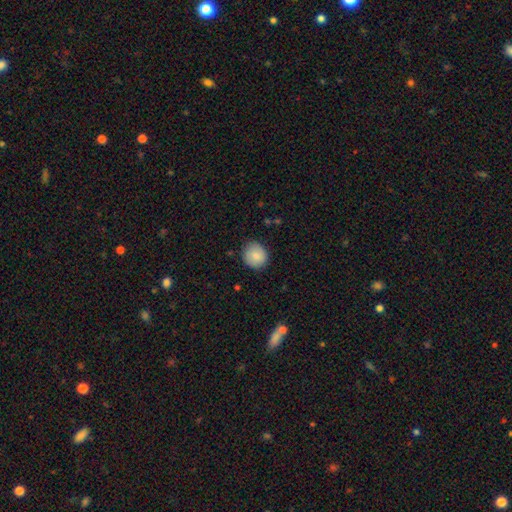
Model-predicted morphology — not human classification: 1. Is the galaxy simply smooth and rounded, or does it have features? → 86% smooth, 7% star or artifact, 7% featured or disk.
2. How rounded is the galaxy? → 87% round, 12% in between, 1% cigar-shaped.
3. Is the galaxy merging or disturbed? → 85% none, 12% minor disturbance, 2% major disturbance, 1% merger.